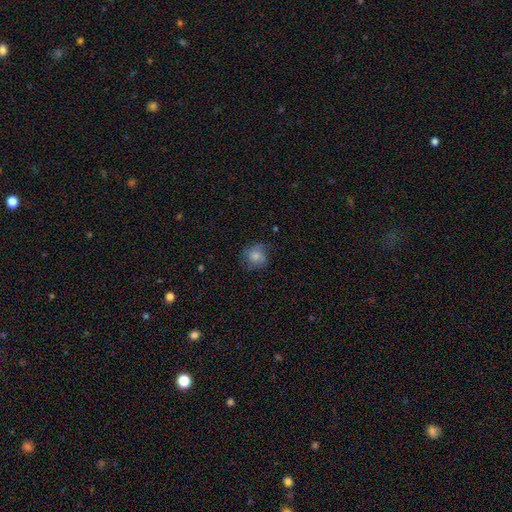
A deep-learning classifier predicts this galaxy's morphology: The model was most divided on "merging": none: 68%, minor disturbance: 22%, major disturbance: 8%, merger: 1%. More confident: how rounded — round (83%); smooth or featured — smooth (76%).